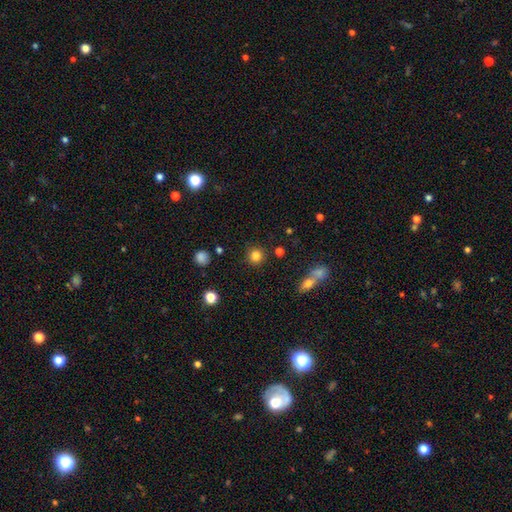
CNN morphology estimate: Overall: smooth (82%). How rounded: round (92%). Merging: none (87%).